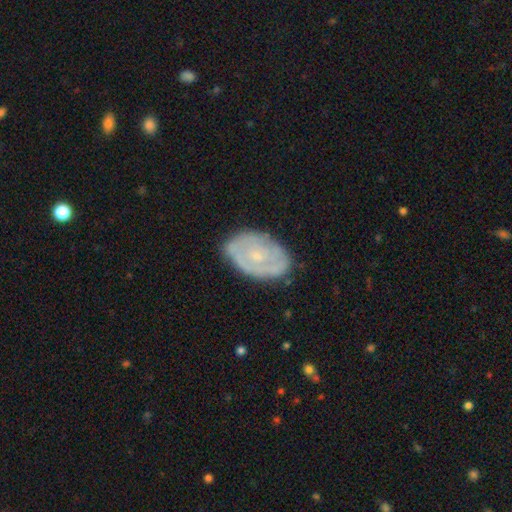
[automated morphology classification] featured or disk 60%, smooth 34%, star or artifact 7%. Down the decision tree: edge-on disk — no (94%); bar — no (80%); spiral arms — yes (52%); bulge size — small (73%); merging — none (77%).